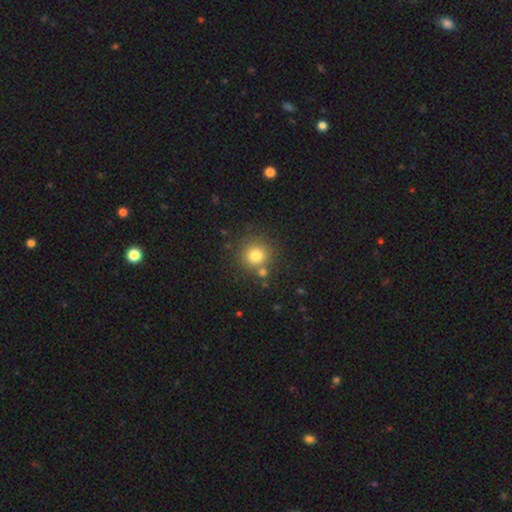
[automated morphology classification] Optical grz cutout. It shows a smooth galaxy with no disk features (79%) that is round (93%). Merging: none (78%).